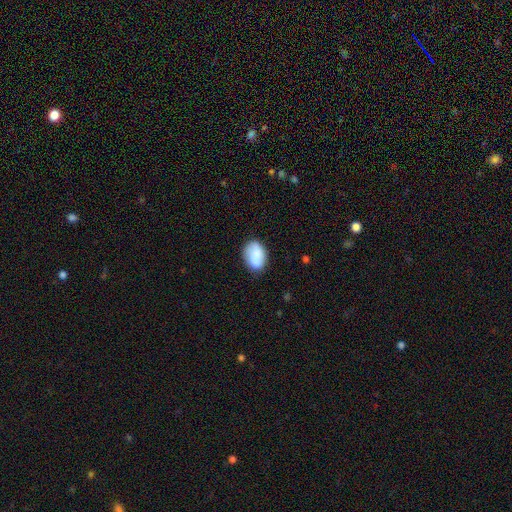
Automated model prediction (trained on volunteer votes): Smooth or featured? Predicted: smooth (p=0.77). How rounded? Predicted: in between (p=0.81). Merging? Predicted: none (p=0.73).